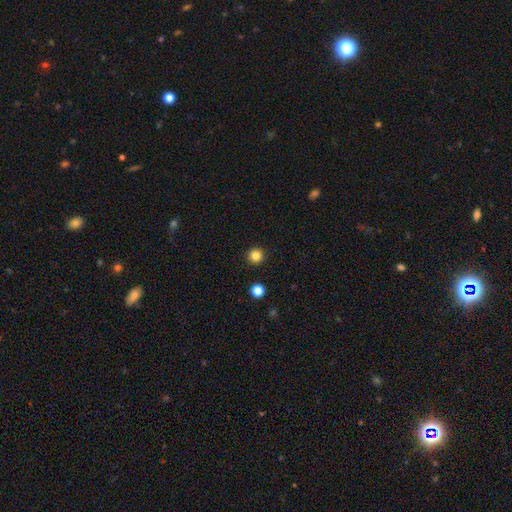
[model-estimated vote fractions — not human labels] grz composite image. It shows a smooth galaxy with no disk features (83%) that is round (96%). Merging: none (93%).